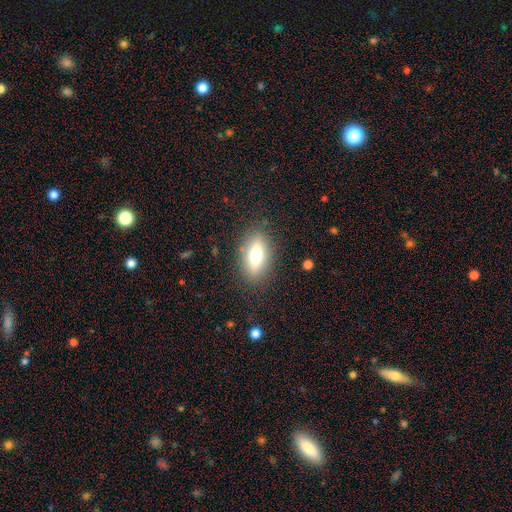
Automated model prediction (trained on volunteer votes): Smooth or featured? Predicted: smooth (p=0.55). How rounded? Predicted: in between (p=0.74). Merging? Predicted: none (p=0.84).